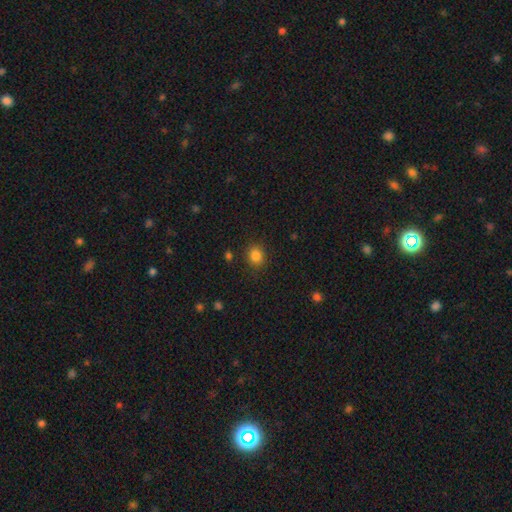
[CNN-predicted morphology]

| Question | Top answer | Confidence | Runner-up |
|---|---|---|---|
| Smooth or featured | smooth | 84% | star or artifact (12%) |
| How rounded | round | 73% | in between (26%) |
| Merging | none | 87% | minor disturbance (8%) |